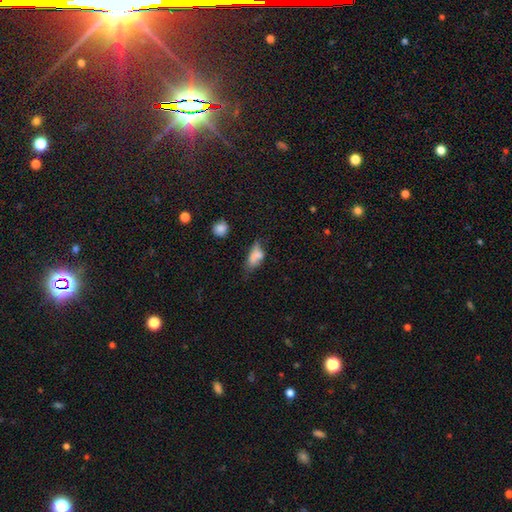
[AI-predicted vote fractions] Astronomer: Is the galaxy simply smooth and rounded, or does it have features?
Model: smooth — 70%.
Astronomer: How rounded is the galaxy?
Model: in between — 77%.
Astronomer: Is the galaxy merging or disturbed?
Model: none — 36% (runner-up: minor disturbance, 32%).